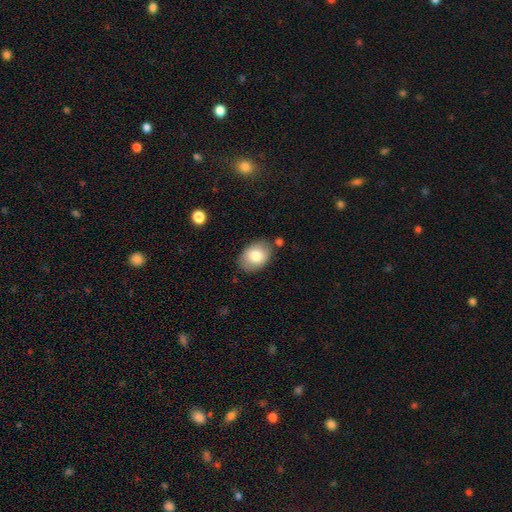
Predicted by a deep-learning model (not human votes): A smooth galaxy with no disk features (80%) that is in between round and cigar-shaped (78%). Merging: none (79%).